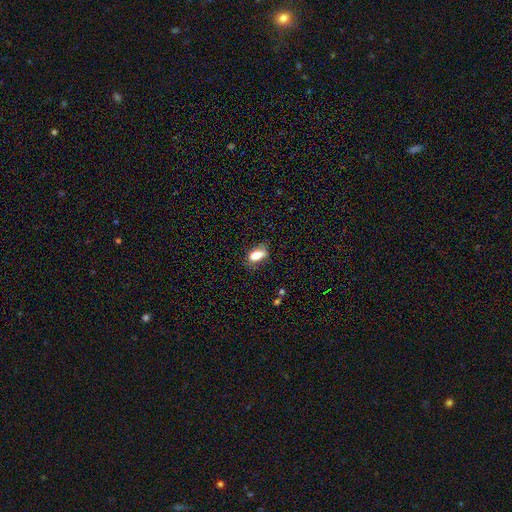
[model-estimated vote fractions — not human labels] Smooth or featured? smooth (73%)
How rounded? in between (82%)
Merging? none (65%)